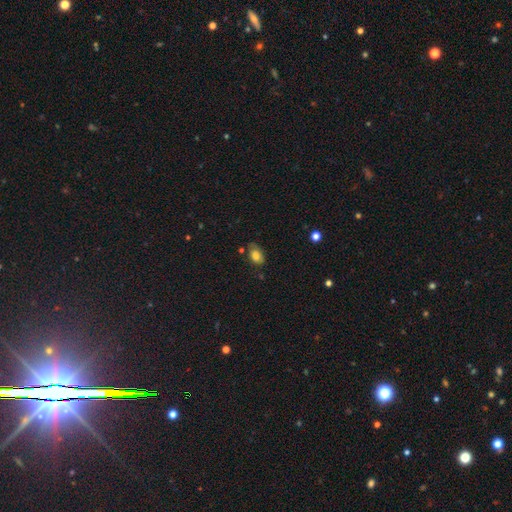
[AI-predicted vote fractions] A smooth galaxy with no disk features (79%) that is in between round and cigar-shaped (86%). Merging: none (63%).